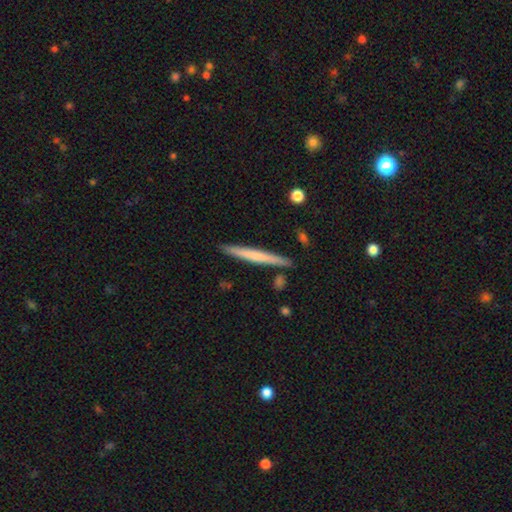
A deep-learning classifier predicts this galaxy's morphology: This is possibly a smooth galaxy (57%). How rounded: clearly cigar-shaped (97%). Merging: clearly none (89%).